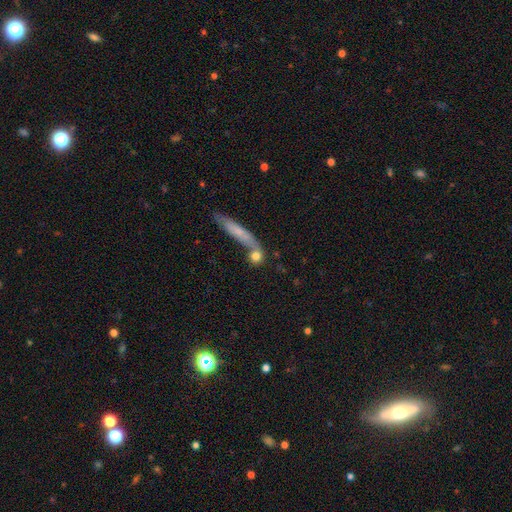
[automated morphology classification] Smooth or featured?
  - smooth: 75% *
  - featured or disk: 15%
  - star or artifact: 9%
How rounded?
  - round: 70% *
  - cigar-shaped: 16%
  - in between: 14%
Merging?
  - none: 56% *
  - merger: 26%
  - minor disturbance: 11%
  - major disturbance: 7%